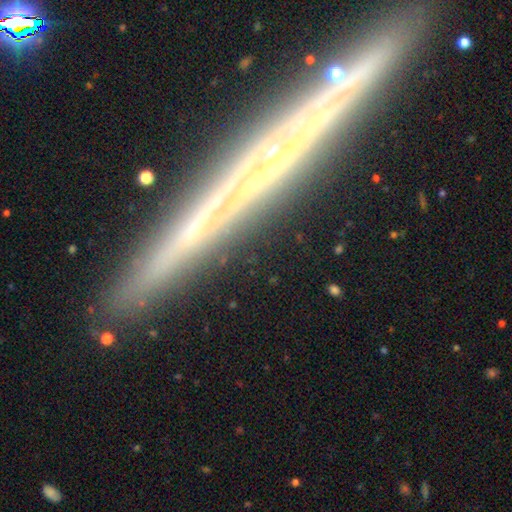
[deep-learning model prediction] smooth-or-featured: featured or disk: 68% | smooth: 19% | star or artifact: 13%
  disk-edge-on: yes: 94% | no: 6%
    edge-on-bulge: none: 67% | rounded: 22% | boxy: 11%
  merging: none: 89% | minor disturbance: 8% | major disturbance: 2% | merger: 2%